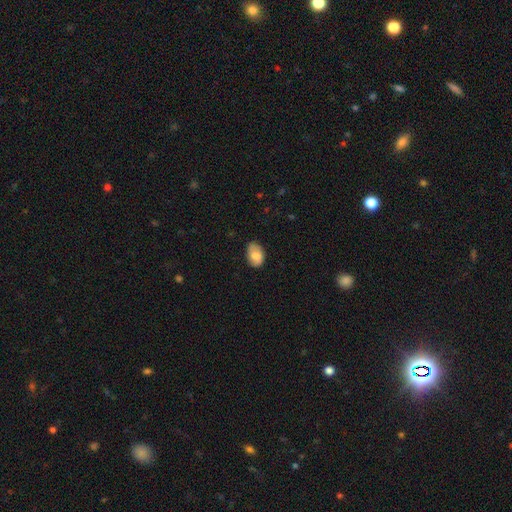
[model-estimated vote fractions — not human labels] Smooth or featured? smooth (77%)
How rounded? in between (85%)
Merging? none (76%)